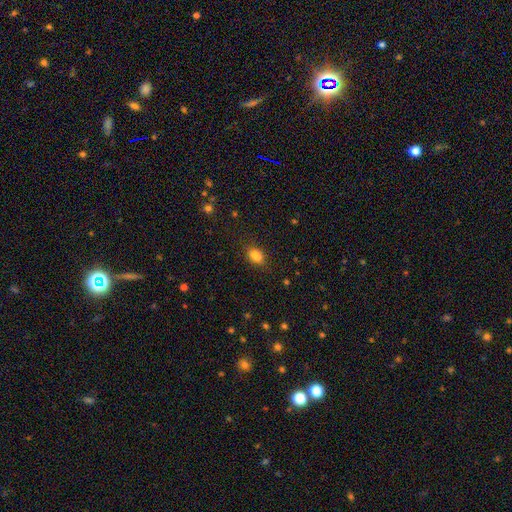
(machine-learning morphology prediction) Smooth or featured?
  - smooth: 83% *
  - star or artifact: 12%
  - featured or disk: 5%
How rounded?
  - in between: 82% *
  - round: 15%
  - cigar-shaped: 3%
Merging?
  - none: 76% *
  - minor disturbance: 16%
  - major disturbance: 4%
  - merger: 4%